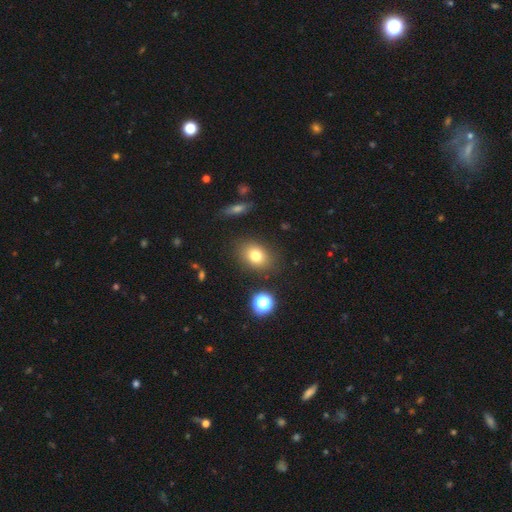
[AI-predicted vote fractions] Smooth or featured: smooth — 77% (star or artifact — 13%)
How rounded: in between — 63% (round — 35%)
Merging: none — 83% (minor disturbance — 11%)